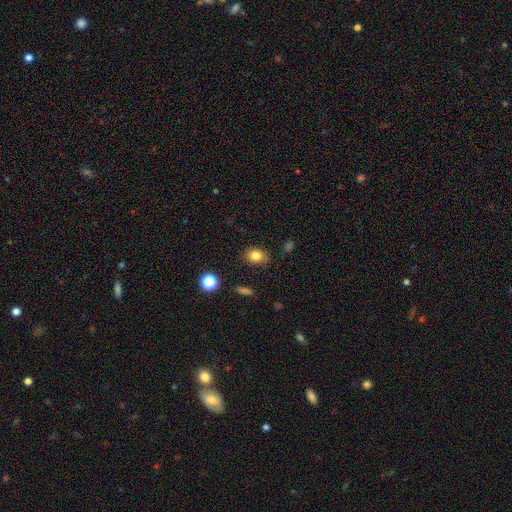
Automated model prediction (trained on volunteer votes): smooth-or-featured: smooth: 82% | star or artifact: 11% | featured or disk: 7%
  how-rounded: in between: 68% | round: 31% | cigar-shaped: 1%
  merging: none: 78% | minor disturbance: 16% | major disturbance: 4% | merger: 2%